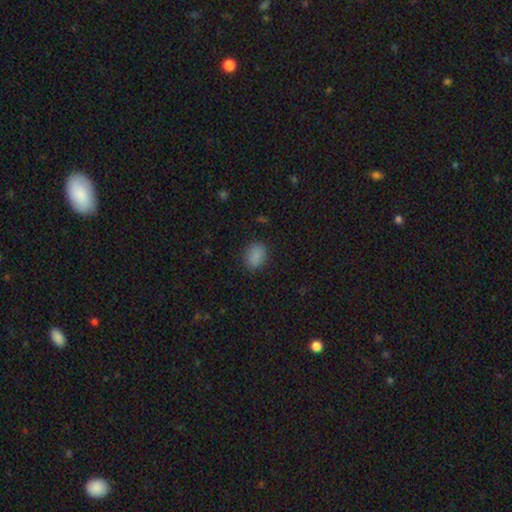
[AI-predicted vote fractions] Morphology: type=smooth (86%); roundness=in between (64%); merging=none (84%).